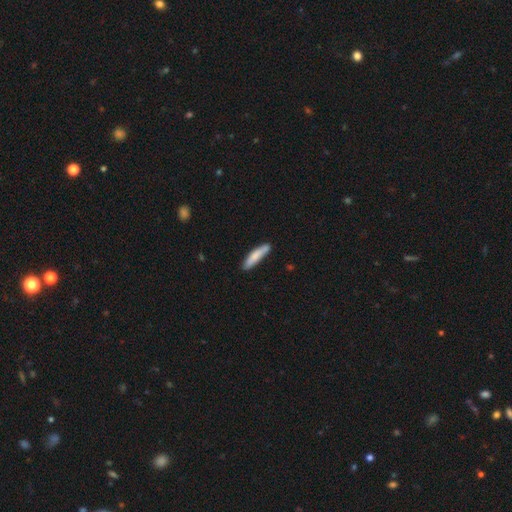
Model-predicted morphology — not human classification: Q: Smooth or featured?
A: smooth (78%); runner-up: featured or disk (17%)
Q: How rounded?
A: cigar-shaped (84%); runner-up: in between (15%)
Q: Merging?
A: none (79%); runner-up: minor disturbance (15%)